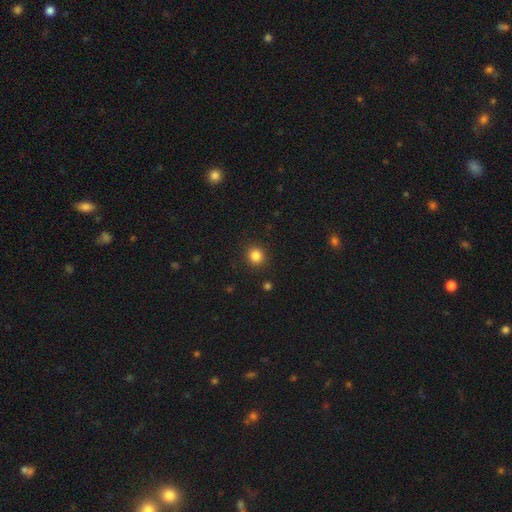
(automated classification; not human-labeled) smooth_or_featured: smooth (p=0.84) [alt: star or artifact p=0.11]
how_rounded: round (p=0.89) [alt: in between p=0.10]
merging: none (p=0.91) [alt: minor disturbance p=0.06]